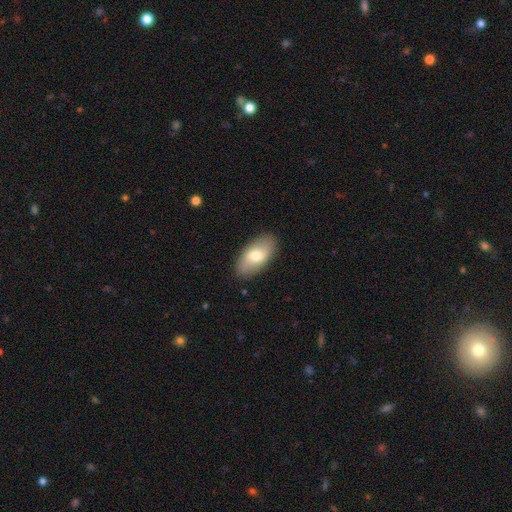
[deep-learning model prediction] smooth-or-featured: smooth: 68% | featured or disk: 26% | star or artifact: 6%
  how-rounded: in between: 93% | cigar-shaped: 3% | round: 3%
  merging: none: 87% | minor disturbance: 10% | major disturbance: 2% | merger: 1%